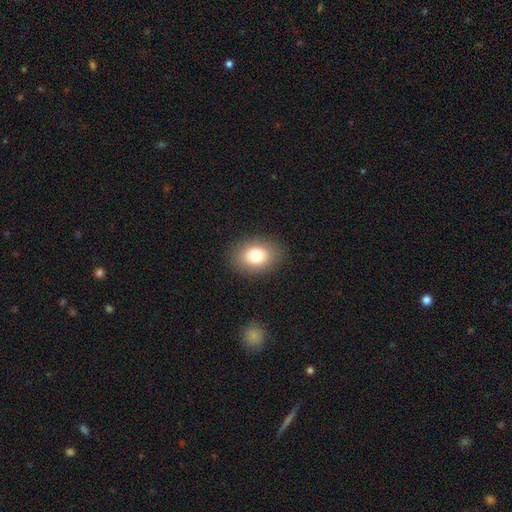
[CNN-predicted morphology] Smooth or featured? smooth (79%)
How rounded? in between (69%)
Merging? none (88%)